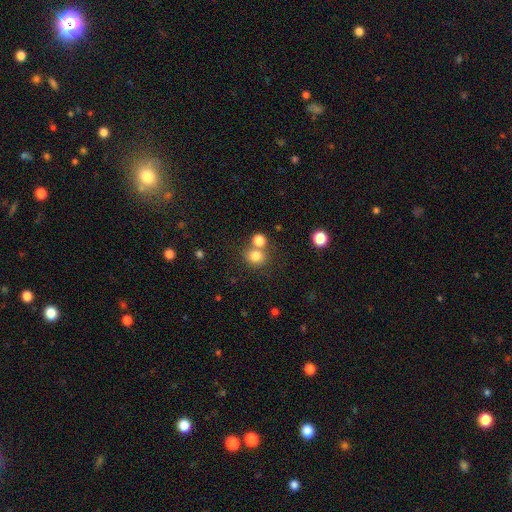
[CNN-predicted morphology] A smooth galaxy with no disk features (79%) that is round (80%).

Vote fractions:
- Smooth or featured? smooth: 79% / star or artifact: 13% / featured or disk: 7%
- How rounded? round: 80% / in between: 19% / cigar-shaped: 1%
- Merging? none: 58% / merger: 31% / minor disturbance: 8% / major disturbance: 3%